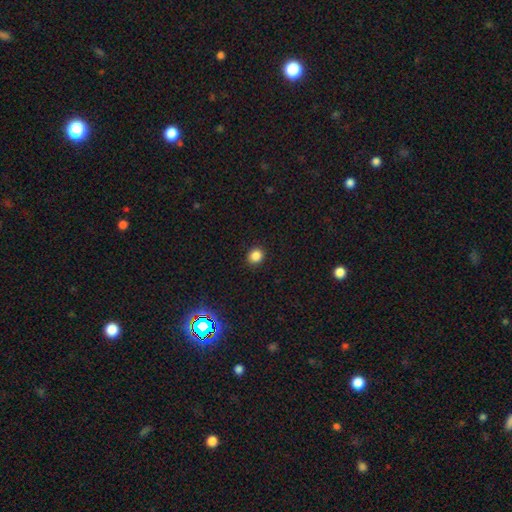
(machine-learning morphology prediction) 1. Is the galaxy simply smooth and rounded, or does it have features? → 84% smooth, 12% star or artifact, 4% featured or disk.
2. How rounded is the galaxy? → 80% round, 19% in between, 1% cigar-shaped.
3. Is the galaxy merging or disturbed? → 92% none, 6% minor disturbance, 2% major disturbance, 1% merger.